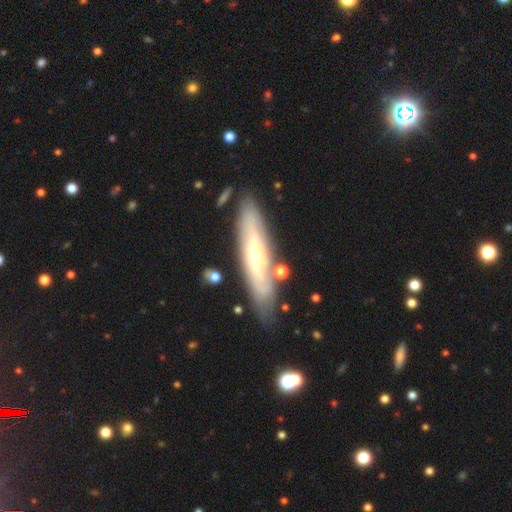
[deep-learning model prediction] A featured or disk galaxy (68%) viewed edge-on (50%, tied with no). Merging: none (81%).